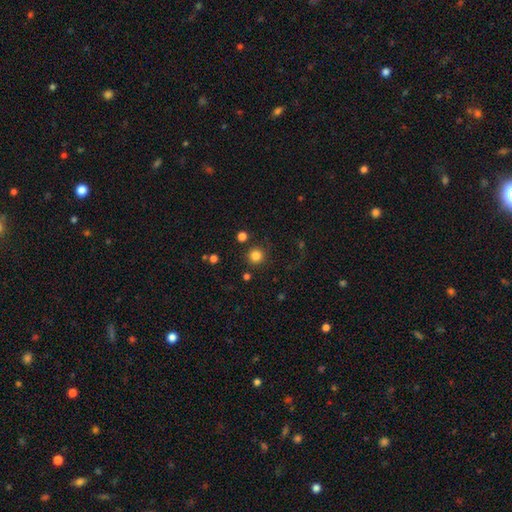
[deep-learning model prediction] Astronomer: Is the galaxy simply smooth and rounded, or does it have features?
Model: smooth — 82%.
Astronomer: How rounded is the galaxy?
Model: round — 95%.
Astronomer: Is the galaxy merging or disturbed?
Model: none — 88%.